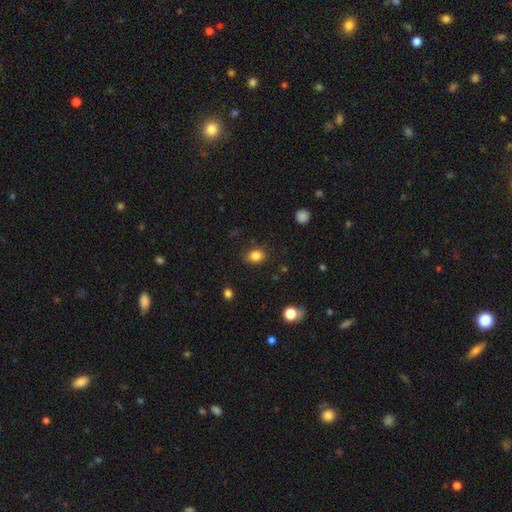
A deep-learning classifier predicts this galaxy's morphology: This appears to be a smooth galaxy with no disk features (84%) that is round (50%). Merging: none (83%).